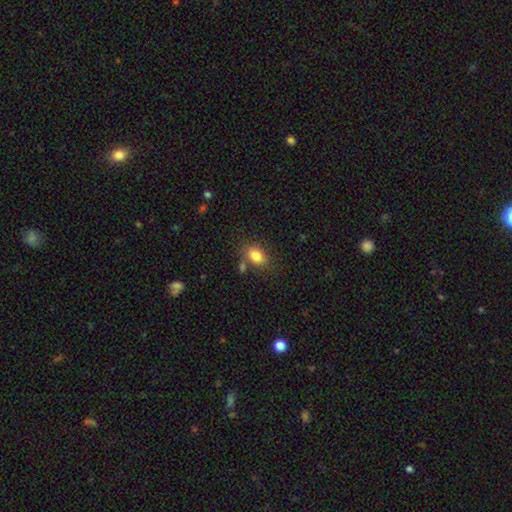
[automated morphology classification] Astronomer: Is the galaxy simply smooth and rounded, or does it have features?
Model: smooth — 82%.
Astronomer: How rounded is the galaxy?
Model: in between — 75%.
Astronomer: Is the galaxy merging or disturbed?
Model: none — 70%.